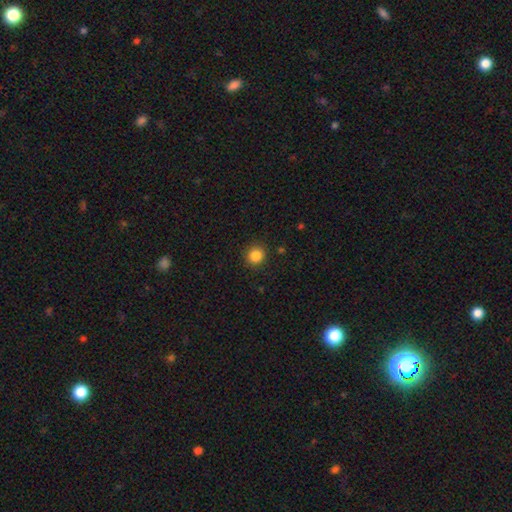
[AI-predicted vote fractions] smooth_or_featured: smooth (p=0.85) [alt: star or artifact p=0.11]
how_rounded: round (p=0.90) [alt: in between p=0.09]
merging: none (p=0.90) [alt: minor disturbance p=0.06]